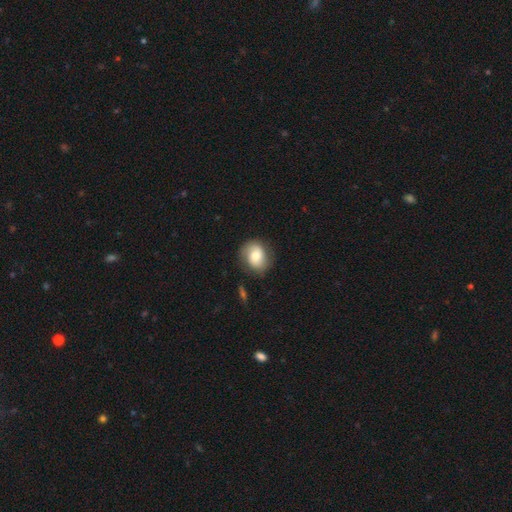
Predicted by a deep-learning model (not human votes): Smooth or featured?
  - smooth: 64% *
  - featured or disk: 28%
  - star or artifact: 8%
How rounded?
  - round: 62% *
  - in between: 37%
  - cigar-shaped: 1%
Merging?
  - none: 73% *
  - minor disturbance: 19%
  - major disturbance: 6%
  - merger: 2%